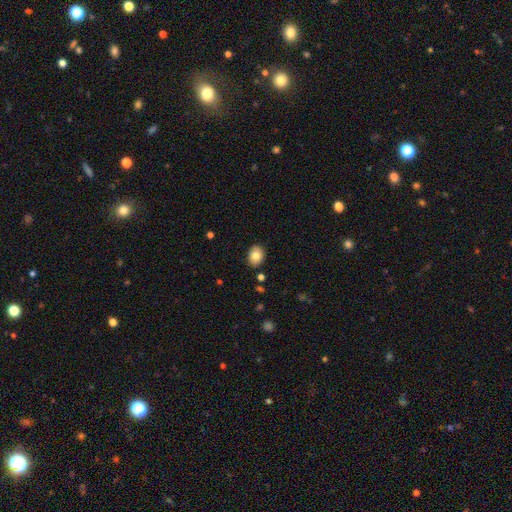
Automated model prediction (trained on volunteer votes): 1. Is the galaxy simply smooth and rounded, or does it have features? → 82% smooth, 10% featured or disk, 8% star or artifact.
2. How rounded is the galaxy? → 59% in between, 40% round, 1% cigar-shaped.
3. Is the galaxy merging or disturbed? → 87% none, 9% minor disturbance, 2% major disturbance, 2% merger.